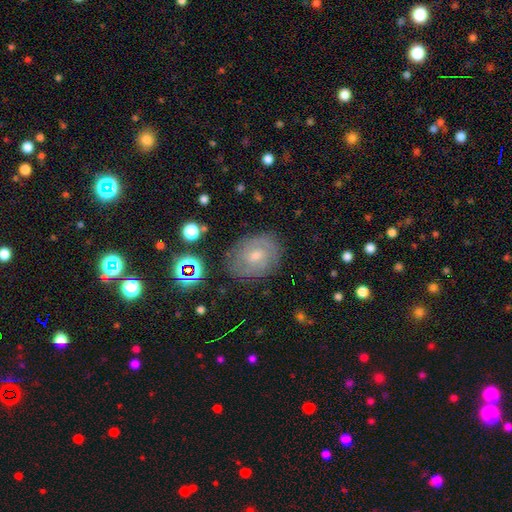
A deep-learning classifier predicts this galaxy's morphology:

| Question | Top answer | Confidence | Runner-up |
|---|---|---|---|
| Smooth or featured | featured or disk | 60% | smooth (26%) |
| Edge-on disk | no | 96% | yes (4%) |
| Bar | no | 48% | weak (43%) |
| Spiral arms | yes | 86% | no (14%) |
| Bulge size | moderate | 48% | small (45%) |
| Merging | none | 81% | minor disturbance (13%) |